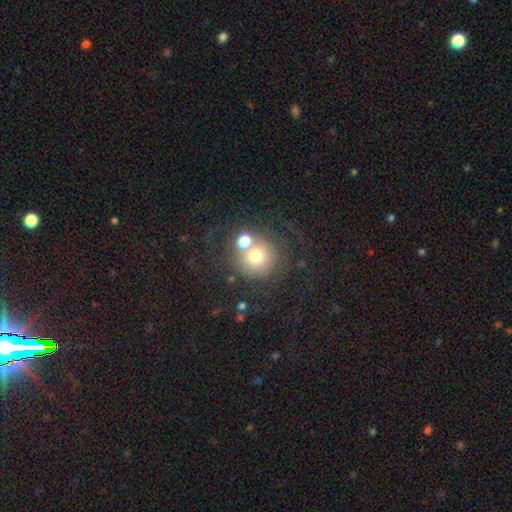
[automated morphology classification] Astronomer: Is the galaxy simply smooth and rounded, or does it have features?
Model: smooth — 63%.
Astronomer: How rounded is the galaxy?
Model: round — 90%.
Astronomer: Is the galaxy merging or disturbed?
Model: none — 44% (runner-up: merger, 35%).